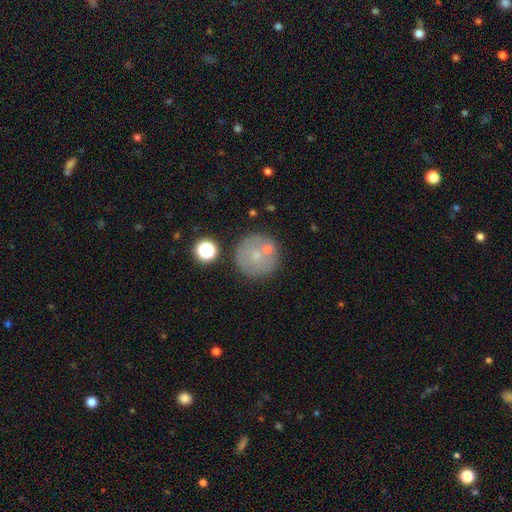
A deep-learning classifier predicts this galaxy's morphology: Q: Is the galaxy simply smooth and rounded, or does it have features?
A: smooth — 62%.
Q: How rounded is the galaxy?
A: round — 96%.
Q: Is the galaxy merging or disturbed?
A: none — 72%.